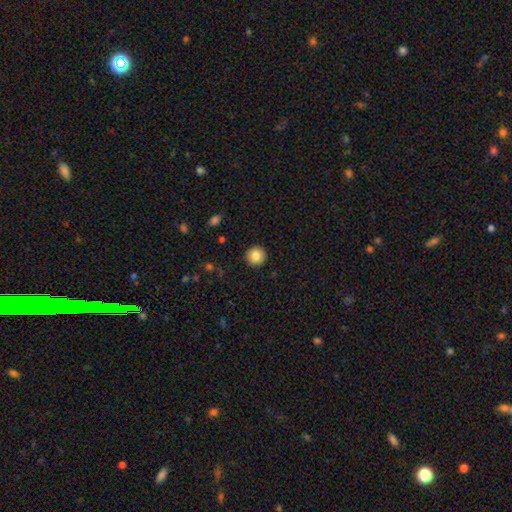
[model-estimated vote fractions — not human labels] Morphology: type=smooth (85%); roundness=round (95%); merging=none (93%).